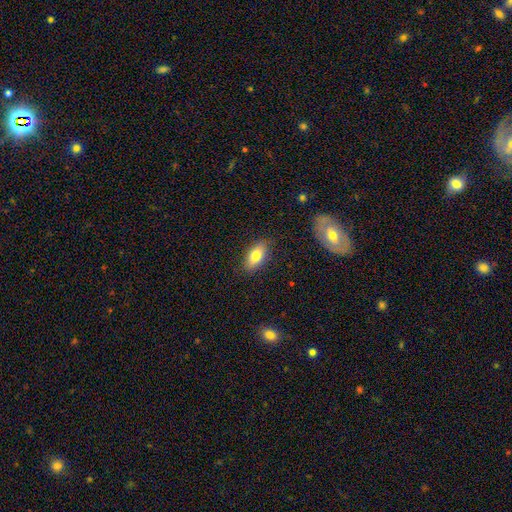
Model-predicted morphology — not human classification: Overall: smooth (74%). How rounded: in between (84%). Merging: none (85%).